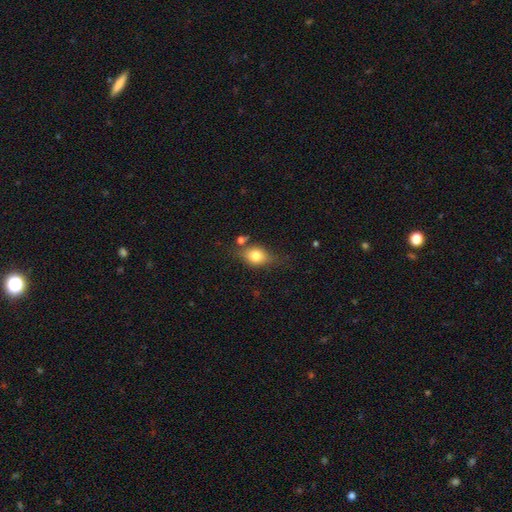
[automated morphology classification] A smooth galaxy with no disk features (76%) that is in between round and cigar-shaped (63%). Merging: none (61%).